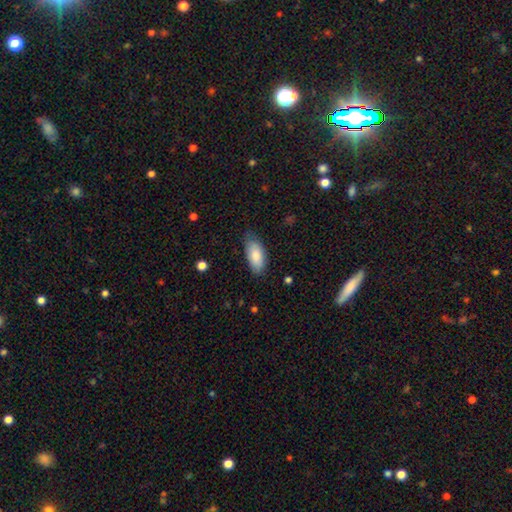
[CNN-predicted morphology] type=smooth (85%); roundness=in between (91%); merging=none (74%).